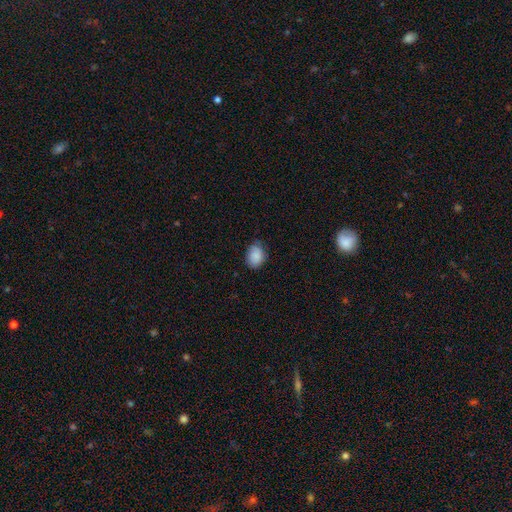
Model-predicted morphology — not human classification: type=smooth (86%); roundness=in between (65%); merging=none (70%).